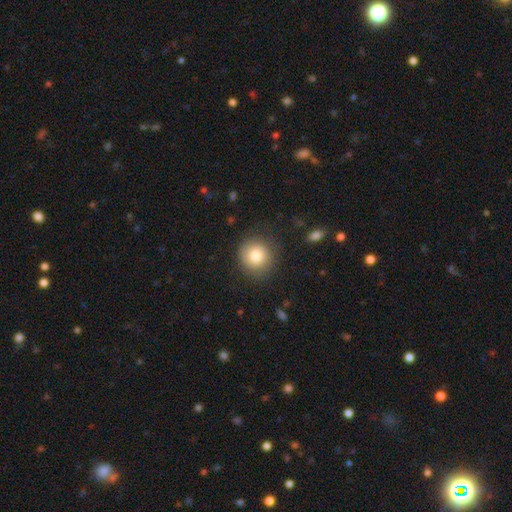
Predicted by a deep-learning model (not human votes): Overall: smooth (82%). How rounded: round (92%). Merging: none (85%).